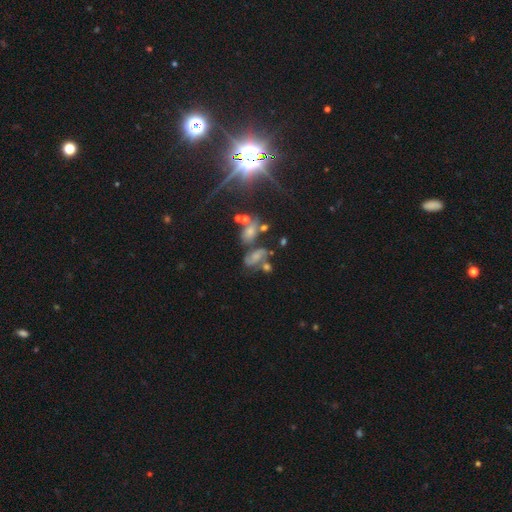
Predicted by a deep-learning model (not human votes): smooth_or_featured: featured or disk (p=0.39) [alt: star or artifact p=0.38]
merging: none (p=0.42) [alt: merger p=0.26]